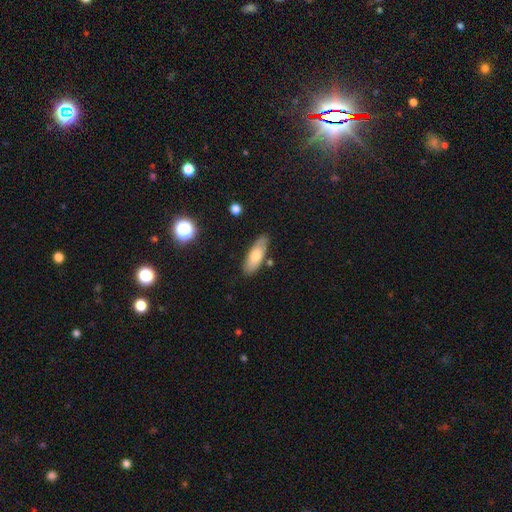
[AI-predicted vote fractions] A smooth galaxy with no disk features (70%) that is in between round and cigar-shaped (70%). Merging: none (80%).